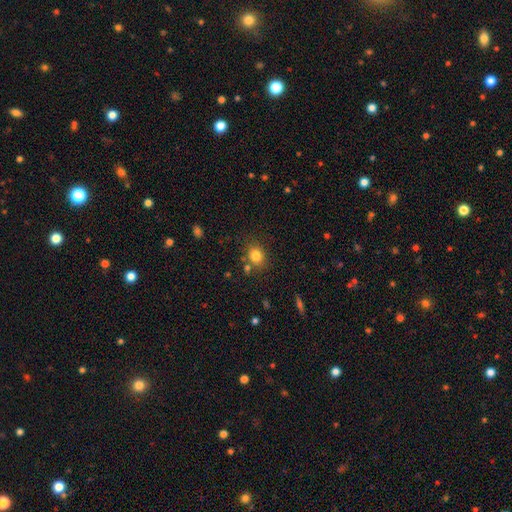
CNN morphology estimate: Overall: smooth (81%). How rounded: round (68%; in between 31%). Merging: none (77%).